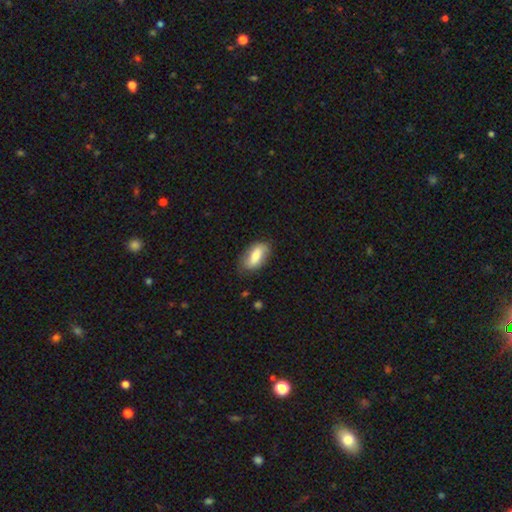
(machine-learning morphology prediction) This is likely a smooth galaxy (69%). How rounded: clearly in between (90%). Merging: likely none (76%).